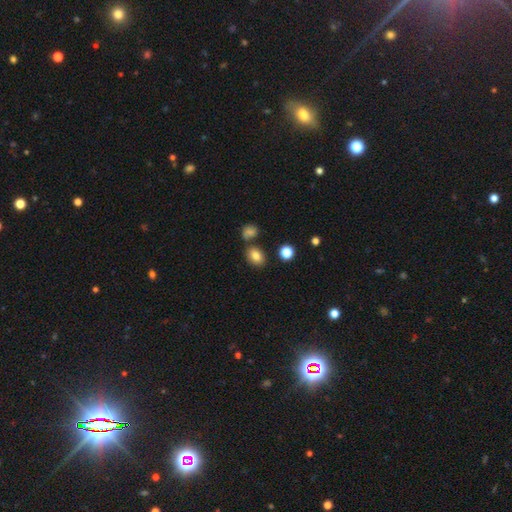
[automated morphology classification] smooth_or_featured: smooth (p=0.81) [alt: star or artifact p=0.11]
how_rounded: in between (p=0.67) [alt: round p=0.31]
merging: none (p=0.73) [alt: merger p=0.12]